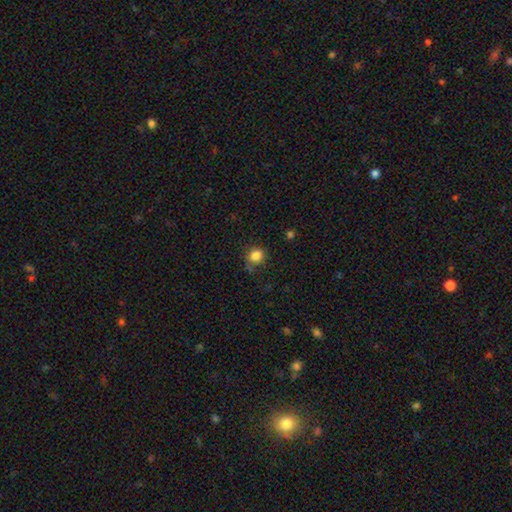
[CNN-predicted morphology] type=smooth (84%); roundness=round (86%); merging=none (74%).